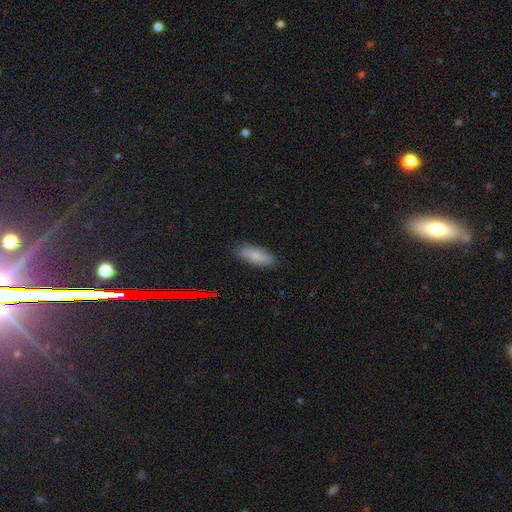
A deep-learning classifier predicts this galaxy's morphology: Overall: smooth (79%). How rounded: in between (74%). Merging: none (84%).